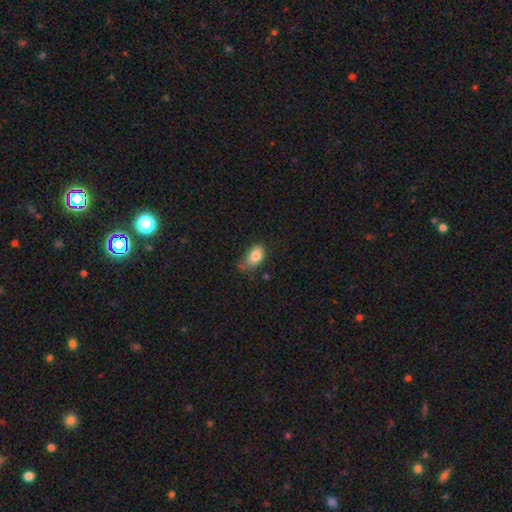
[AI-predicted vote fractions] Smooth or featured: smooth — 83% (featured or disk — 9%)
How rounded: in between — 90% (round — 8%)
Merging: none — 53% (minor disturbance — 33%)